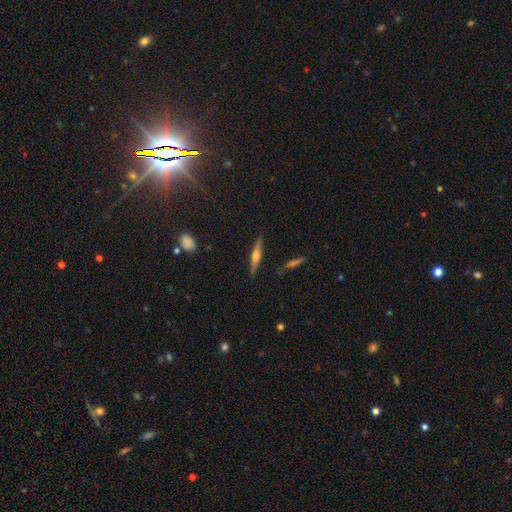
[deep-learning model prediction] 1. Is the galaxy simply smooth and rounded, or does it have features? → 66% featured or disk, 27% smooth, 7% star or artifact.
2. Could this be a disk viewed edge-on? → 97% yes, 3% no.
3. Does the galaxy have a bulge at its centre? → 86% rounded, 10% boxy, 5% none.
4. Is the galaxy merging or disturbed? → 88% none, 9% minor disturbance, 2% major disturbance, 2% merger.